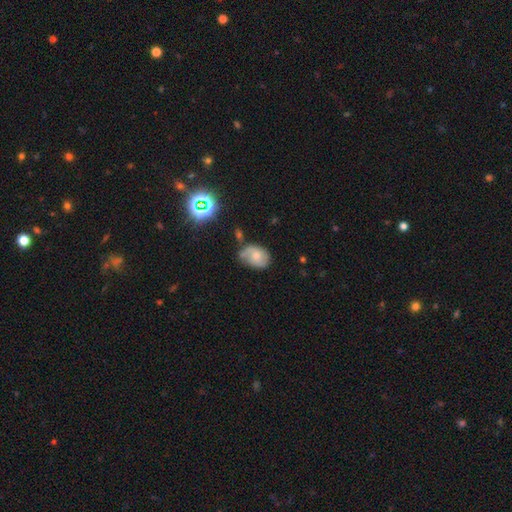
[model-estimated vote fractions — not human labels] Smooth or featured? Predicted: smooth (p=0.51). How rounded? Predicted: in between (p=0.70). Merging? Predicted: none (p=0.41).